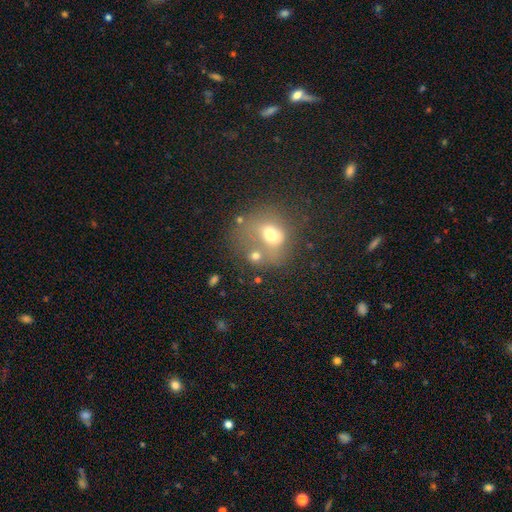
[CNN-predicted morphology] smooth_or_featured: smooth (p=0.60) [alt: featured or disk p=0.23]
how_rounded: round (p=0.55) [alt: in between p=0.43]
merging: merger (p=0.40) [alt: none p=0.31]